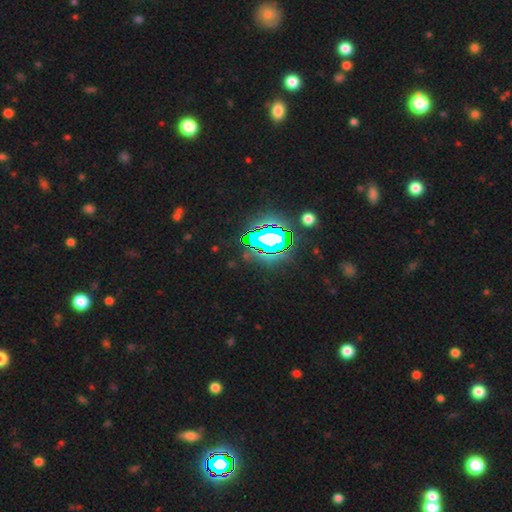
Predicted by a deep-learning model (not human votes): Q: Smooth or featured?
A: star or artifact (78%); runner-up: smooth (13%)